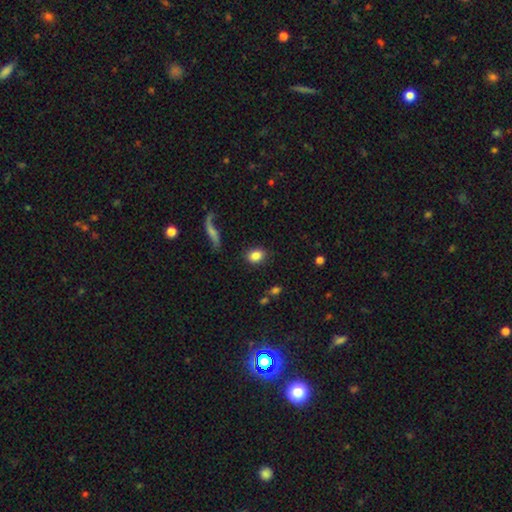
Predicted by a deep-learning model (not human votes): Smooth or featured: smooth — 84% (featured or disk — 9%)
How rounded: in between — 70% (round — 28%)
Merging: none — 85% (minor disturbance — 10%)